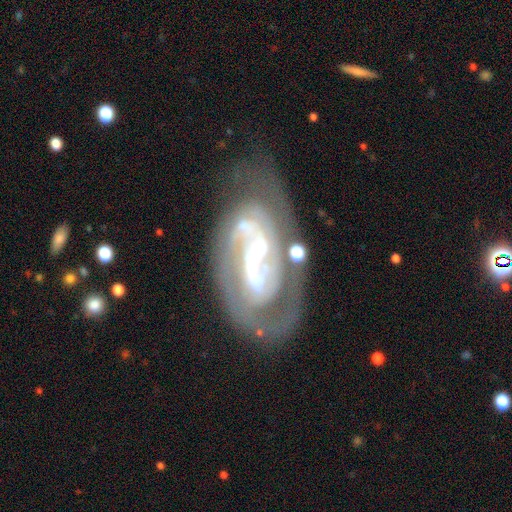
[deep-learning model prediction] Morphology: type=featured or disk (88%); edge-on=no (96%); bar=strong (46%); spiral arms=yes (95%); winding=tight (44%); arm count=2 (69%); bulge=small (69%); merging=none (62%).